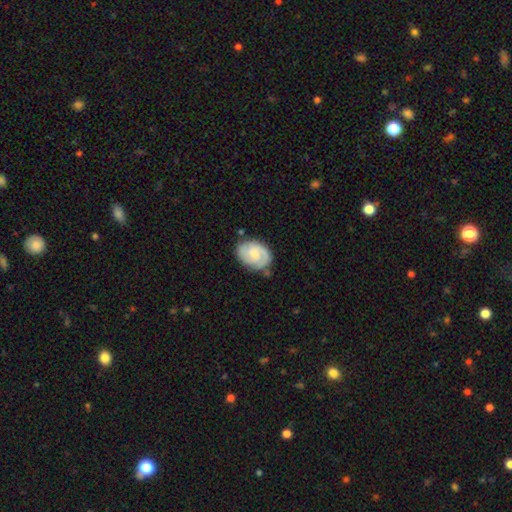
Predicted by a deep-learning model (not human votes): Smooth or featured? Predicted: featured or disk (p=0.67). Edge-on disk? Predicted: no (p=0.98). Bar? Predicted: no (p=0.54). Spiral arms? Predicted: yes (p=0.93). Spiral winding? Predicted: tight (p=0.53). Spiral arm count? Predicted: 2 (p=0.66). Bulge size? Predicted: small (p=0.45). Merging? Predicted: none (p=0.70).